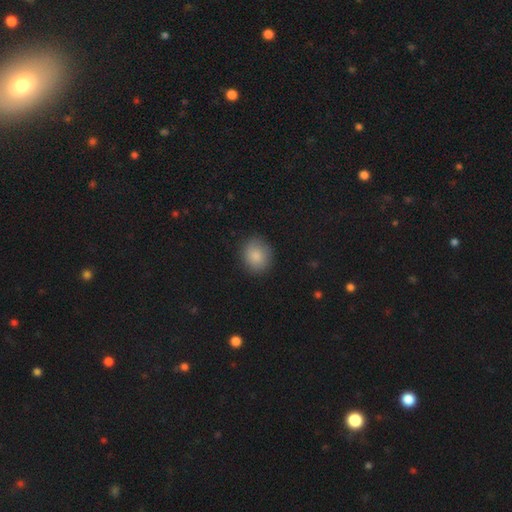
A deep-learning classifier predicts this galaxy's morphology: Smooth or featured? smooth (86%)
How rounded? round (76%)
Merging? none (86%)